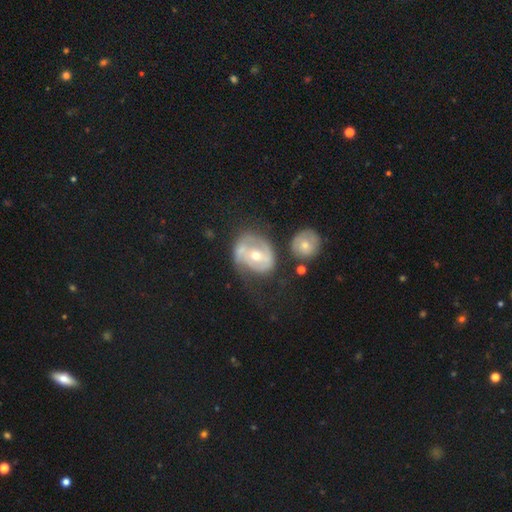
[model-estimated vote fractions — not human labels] This is likely a featured or disk galaxy (67%). It is clearly not viewed edge-on (96%). Bar: possibly no (49%). Spiral arm pattern: likely yes (65%). Central bulge: likely moderate (62%). Merging: marginally none (39%).